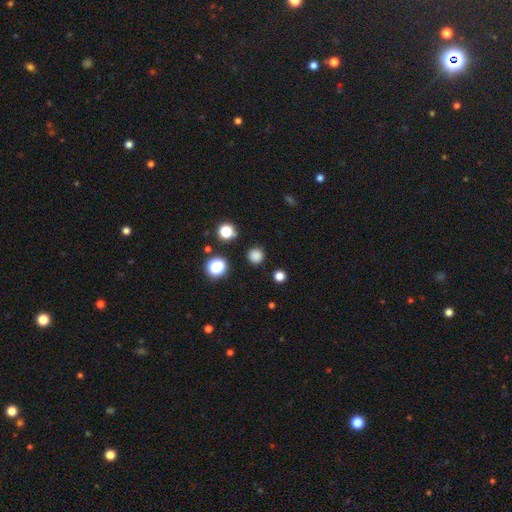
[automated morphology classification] This is likely a smooth galaxy (80%). How rounded: clearly round (95%). Merging: clearly none (89%).